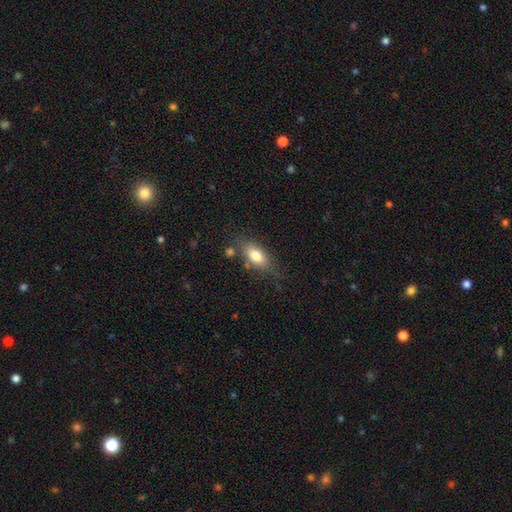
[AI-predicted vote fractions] The model was most divided on "merging": none: 67%, minor disturbance: 20%, major disturbance: 7%, merger: 6%. More confident: how rounded — in between (84%); smooth or featured — smooth (76%).